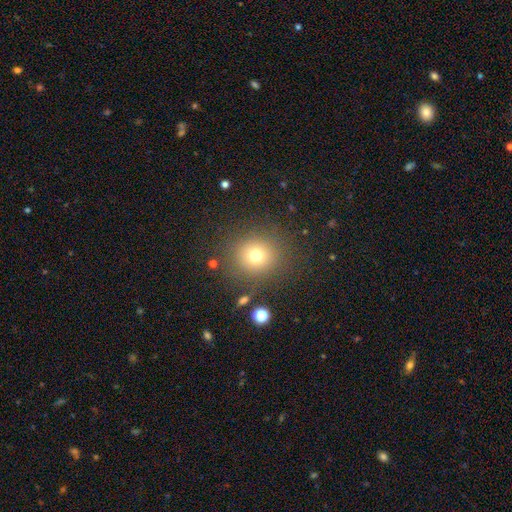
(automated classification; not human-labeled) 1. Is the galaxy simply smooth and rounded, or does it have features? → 73% smooth, 17% star or artifact, 10% featured or disk.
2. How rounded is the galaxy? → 90% round, 9% in between, 1% cigar-shaped.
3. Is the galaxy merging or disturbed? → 85% none, 8% minor disturbance, 5% major disturbance, 2% merger.